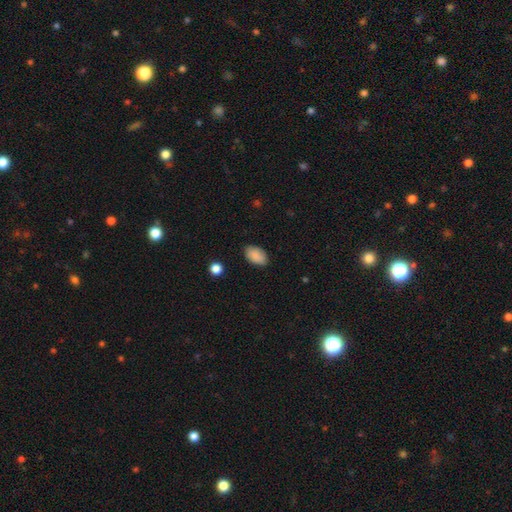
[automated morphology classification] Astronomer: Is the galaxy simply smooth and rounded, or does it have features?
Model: smooth — 89%.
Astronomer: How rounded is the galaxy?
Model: in between — 92%.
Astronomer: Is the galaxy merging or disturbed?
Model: none — 85%.